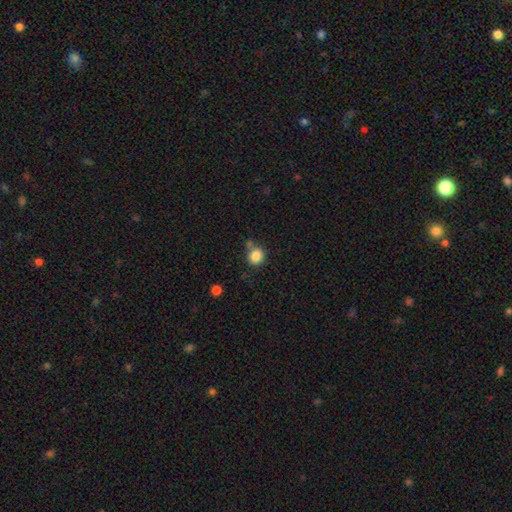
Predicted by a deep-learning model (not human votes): Smooth or featured? smooth (85%)
How rounded? round (78%)
Merging? none (62%)